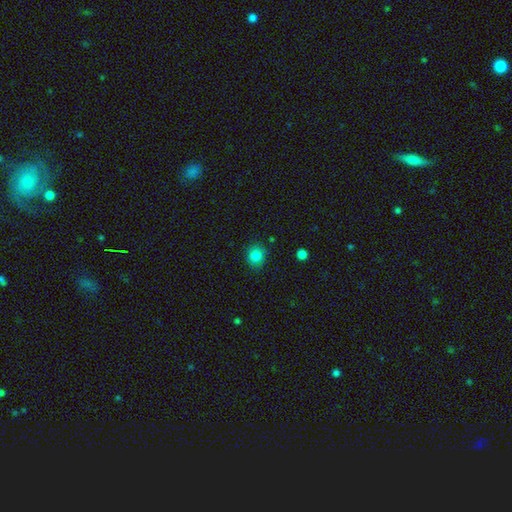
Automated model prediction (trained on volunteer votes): A smooth galaxy with no disk features (84%) that is round (78%). Merging: none (85%).